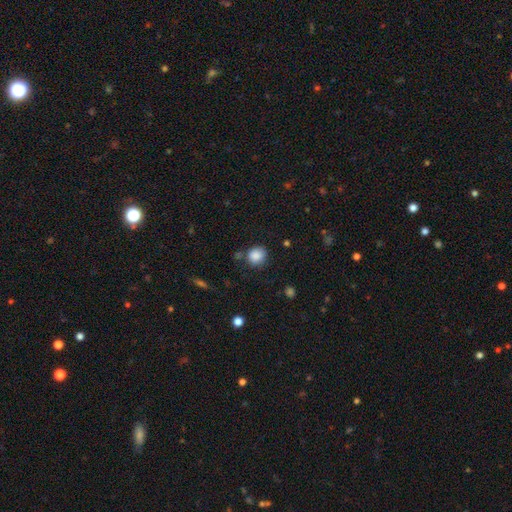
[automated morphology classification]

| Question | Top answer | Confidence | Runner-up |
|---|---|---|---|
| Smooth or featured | smooth | 86% | star or artifact (10%) |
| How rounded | round | 79% | in between (21%) |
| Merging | none | 74% | minor disturbance (15%) |